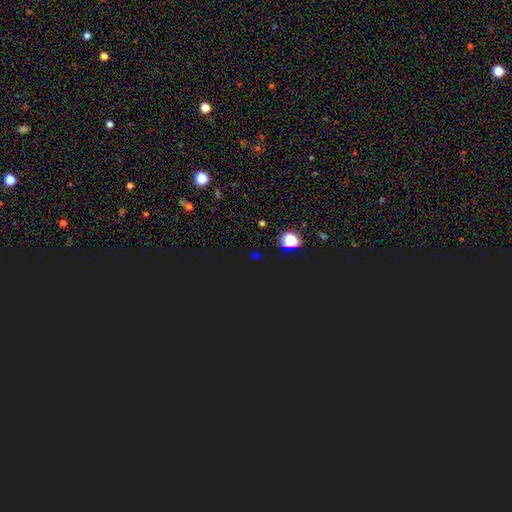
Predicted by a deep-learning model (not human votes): Morphology: type=star or artifact (75%).